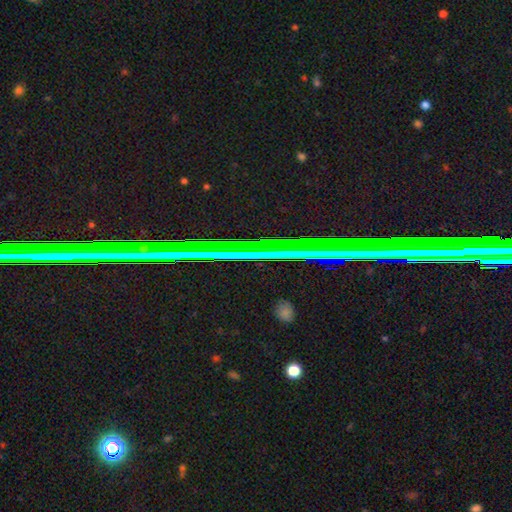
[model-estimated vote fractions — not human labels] Overall: star or artifact (72%).